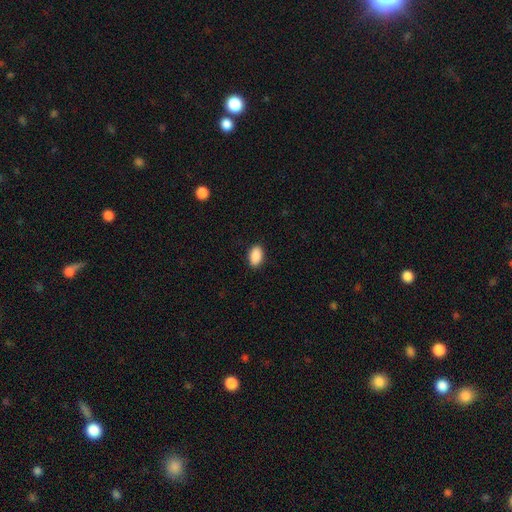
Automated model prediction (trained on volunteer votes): Smooth or featured: smooth — 90% (star or artifact — 7%)
How rounded: in between — 92% (round — 6%)
Merging: none — 89% (minor disturbance — 8%)